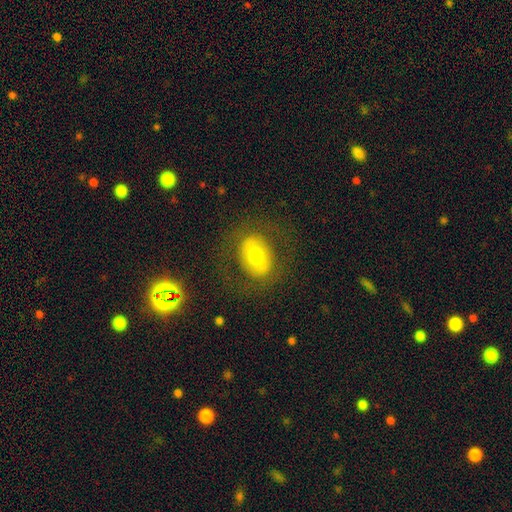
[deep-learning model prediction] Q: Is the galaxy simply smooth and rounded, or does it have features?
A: smooth — 54%.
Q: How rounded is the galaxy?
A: in between — 56%.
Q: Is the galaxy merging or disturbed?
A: none — 78%.